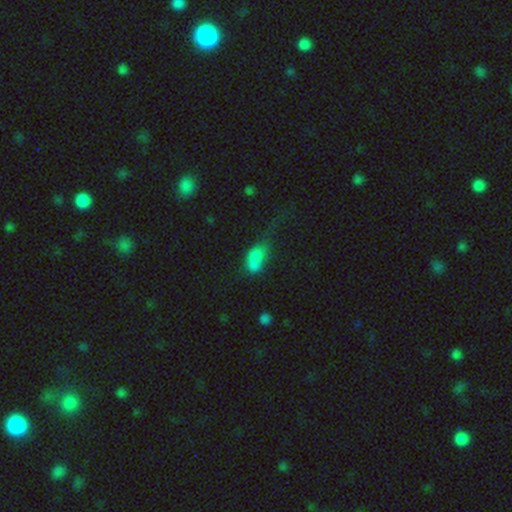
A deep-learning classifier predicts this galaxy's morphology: smooth-or-featured: smooth: 73% | featured or disk: 14% | star or artifact: 12%
  how-rounded: in between: 86% | round: 8% | cigar-shaped: 5%
  merging: major disturbance: 33% | minor disturbance: 24% | none: 23% | merger: 20%